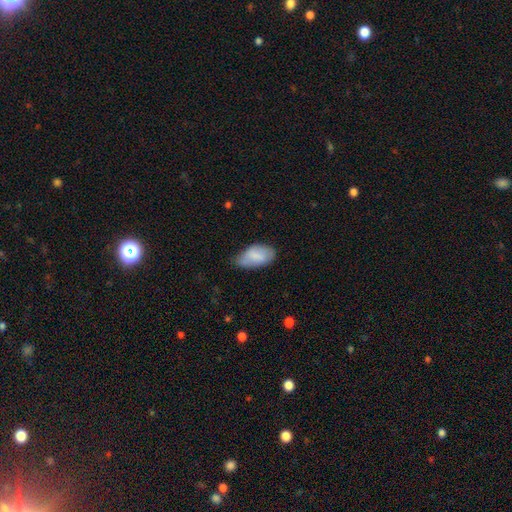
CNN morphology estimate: type=smooth (80%); roundness=in between (94%); merging=none (48%).